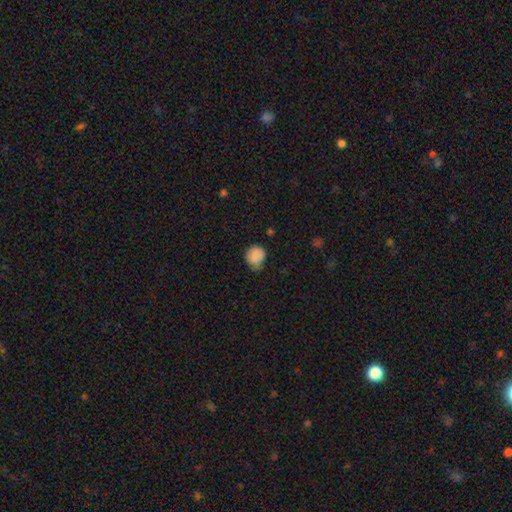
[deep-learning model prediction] Q: Smooth or featured?
A: smooth (83%); runner-up: star or artifact (10%)
Q: How rounded?
A: round (73%); runner-up: in between (26%)
Q: Merging?
A: none (50%); runner-up: minor disturbance (38%)